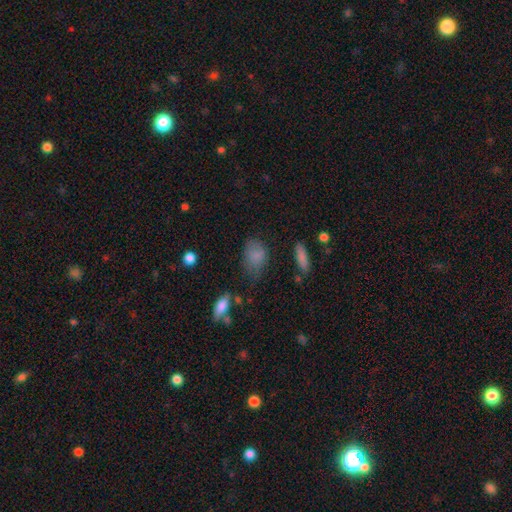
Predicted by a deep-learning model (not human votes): Q: Smooth or featured?
A: smooth (80%); runner-up: featured or disk (10%)
Q: How rounded?
A: in between (82%); runner-up: round (16%)
Q: Merging?
A: none (52%); runner-up: minor disturbance (32%)